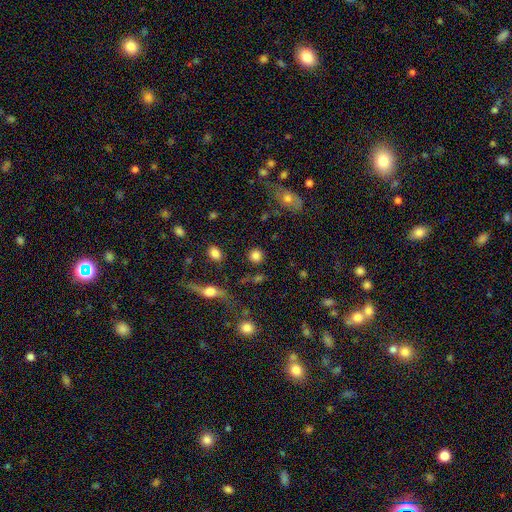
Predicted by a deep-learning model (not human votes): Smooth or featured? smooth (81%)
How rounded? round (90%)
Merging? none (86%)